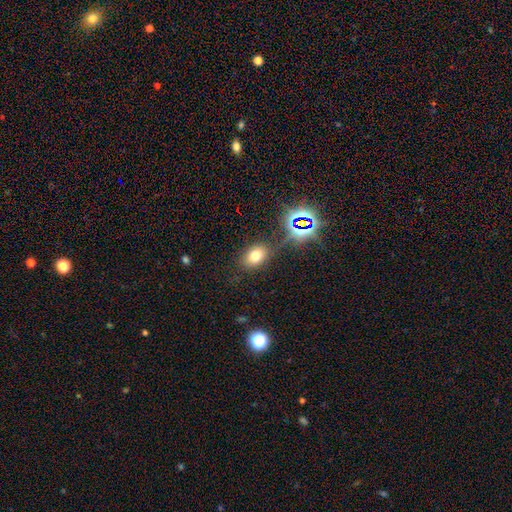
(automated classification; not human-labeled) smooth_or_featured: smooth (p=0.69) [alt: star or artifact p=0.21]
how_rounded: in between (p=0.74) [alt: round p=0.25]
merging: none (p=0.79) [alt: minor disturbance p=0.12]